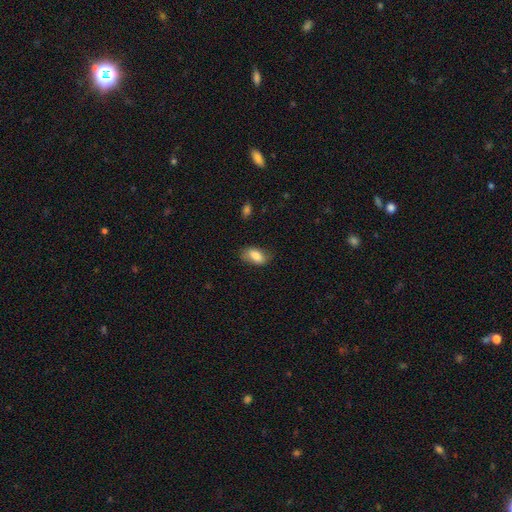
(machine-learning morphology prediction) smooth 82%, featured or disk 11%, star or artifact 7%. Down the decision tree: how rounded — in between (90%); merging — none (68%).